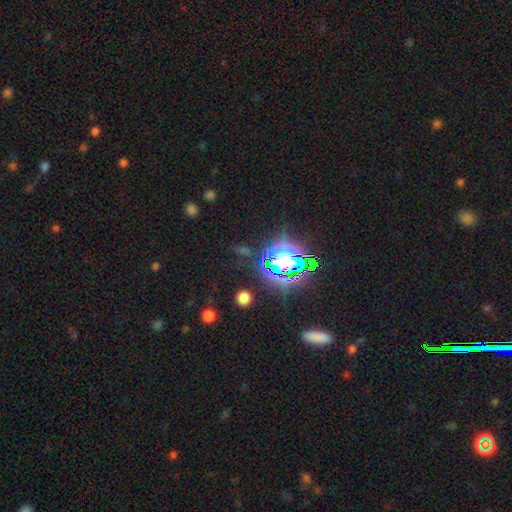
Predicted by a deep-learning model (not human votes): Smooth or featured?
  - star or artifact: 83% *
  - smooth: 10%
  - featured or disk: 7%